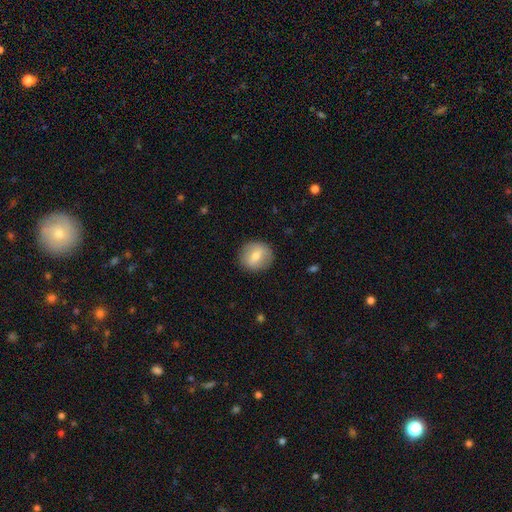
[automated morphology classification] A smooth galaxy with no disk features (64%) that is round (82%).

Vote fractions:
- Smooth or featured? smooth: 64% / featured or disk: 28% / star or artifact: 7%
- How rounded? round: 82% / in between: 17% / cigar-shaped: 1%
- Merging? none: 87% / minor disturbance: 9% / major disturbance: 3% / merger: 1%